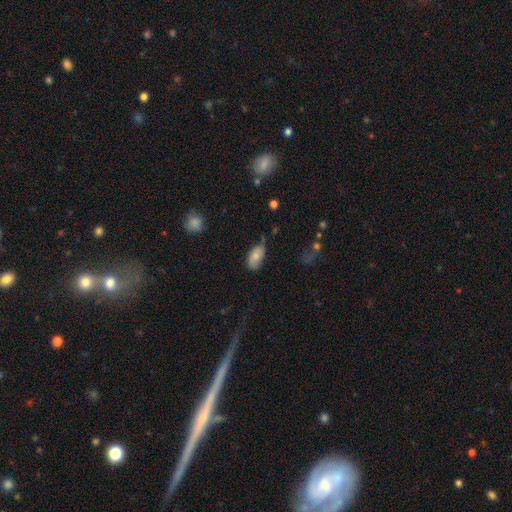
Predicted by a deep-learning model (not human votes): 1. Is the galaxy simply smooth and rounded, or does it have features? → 74% smooth, 18% featured or disk, 8% star or artifact.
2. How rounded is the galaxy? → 93% in between, 4% round, 3% cigar-shaped.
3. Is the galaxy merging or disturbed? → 53% none, 36% minor disturbance, 9% major disturbance, 3% merger.